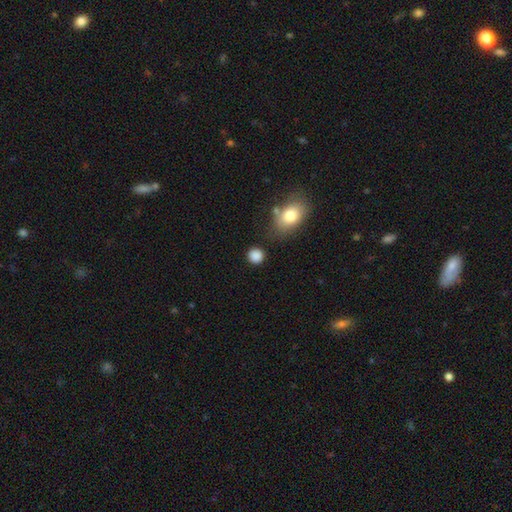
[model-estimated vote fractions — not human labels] smooth-or-featured: smooth: 86% | star or artifact: 10% | featured or disk: 4%
  how-rounded: round: 86% | in between: 13% | cigar-shaped: 1%
  merging: none: 81% | minor disturbance: 11% | merger: 4% | major disturbance: 4%